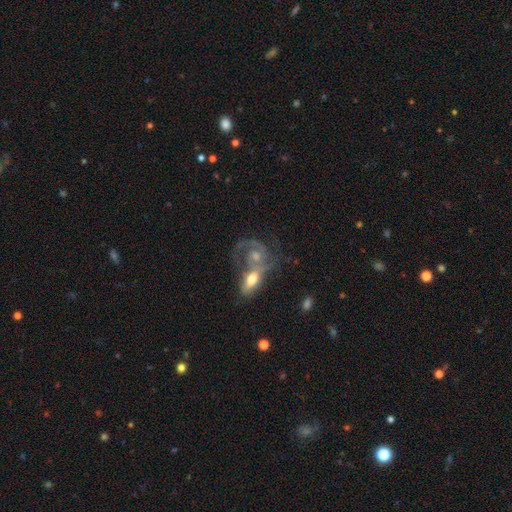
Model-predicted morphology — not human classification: smooth_or_featured: featured or disk (p=0.74) [alt: smooth p=0.18]
disk_edge_on: no (p=0.94) [alt: yes p=0.06]
bar: no (p=0.66) [alt: weak p=0.27]
has_spiral_arms: yes (p=0.84) [alt: no p=0.16]
spiral_winding: medium (p=0.43) [alt: tight p=0.33]
spiral_arm_count: 2 (p=0.55) [alt: 1 p=0.24]
bulge_size: moderate (p=0.59) [alt: small p=0.27]
merging: merger (p=0.60) [alt: none p=0.21]